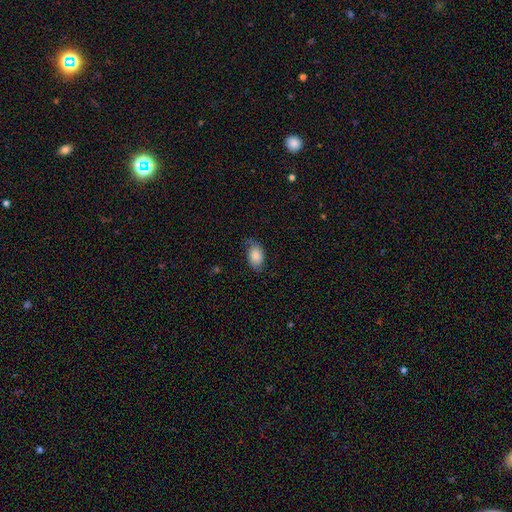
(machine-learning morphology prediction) A smooth galaxy with no disk features (73%) that is in between round and cigar-shaped (88%). Merging: none (61%).